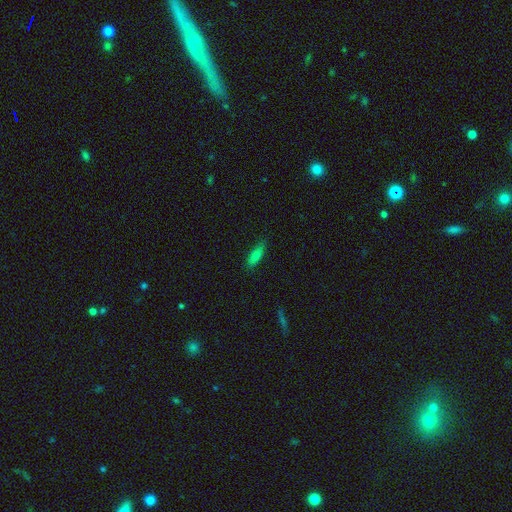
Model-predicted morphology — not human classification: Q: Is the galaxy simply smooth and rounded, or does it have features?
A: smooth — 80%.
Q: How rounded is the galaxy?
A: cigar-shaped — 52%.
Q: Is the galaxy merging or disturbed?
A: none — 83%.